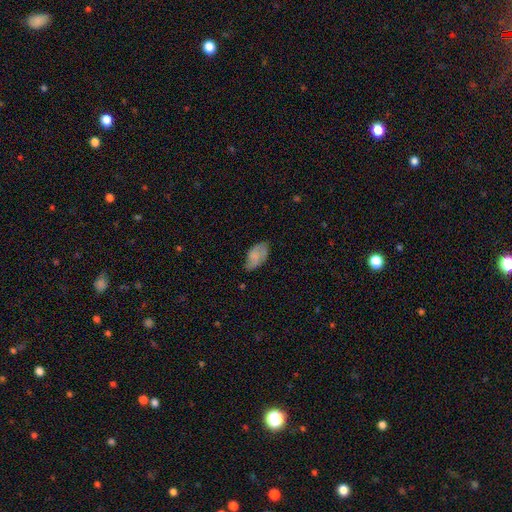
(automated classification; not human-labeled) smooth 66%, featured or disk 26%, star or artifact 8%. Down the decision tree: how rounded — in between (94%); merging — none (62%).